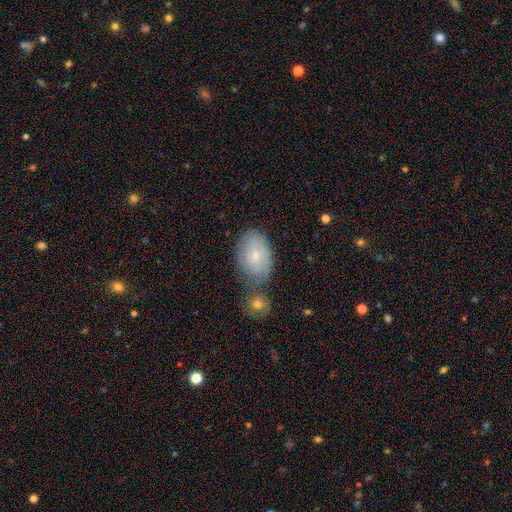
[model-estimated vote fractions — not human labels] smooth-or-featured: smooth: 64% | featured or disk: 29% | star or artifact: 7%
  how-rounded: in between: 85% | round: 14% | cigar-shaped: 1%
  merging: none: 52% | merger: 24% | minor disturbance: 18% | major disturbance: 6%